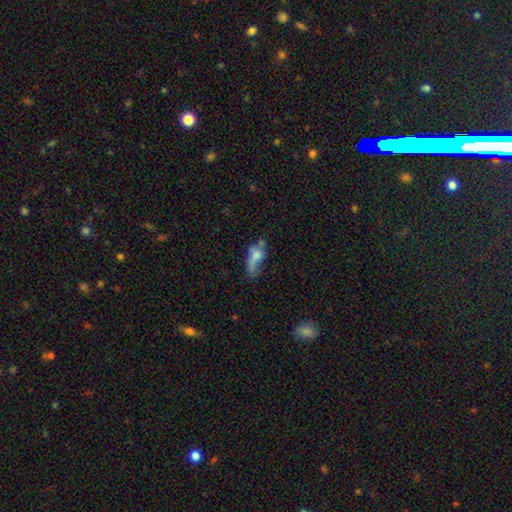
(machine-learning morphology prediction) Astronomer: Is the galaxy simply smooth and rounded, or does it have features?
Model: smooth — 58%.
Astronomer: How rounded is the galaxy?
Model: in between — 75%.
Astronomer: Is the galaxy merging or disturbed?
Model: major disturbance — 32% (runner-up: none, 28%).